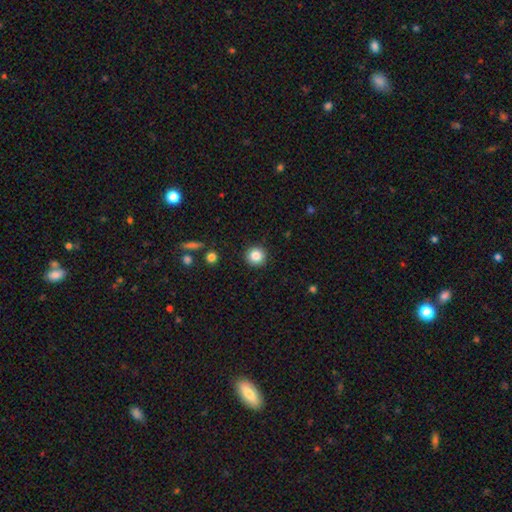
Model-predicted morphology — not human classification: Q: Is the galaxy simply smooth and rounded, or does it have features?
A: smooth — 84%.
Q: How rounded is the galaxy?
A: round — 94%.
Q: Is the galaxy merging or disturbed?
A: none — 92%.